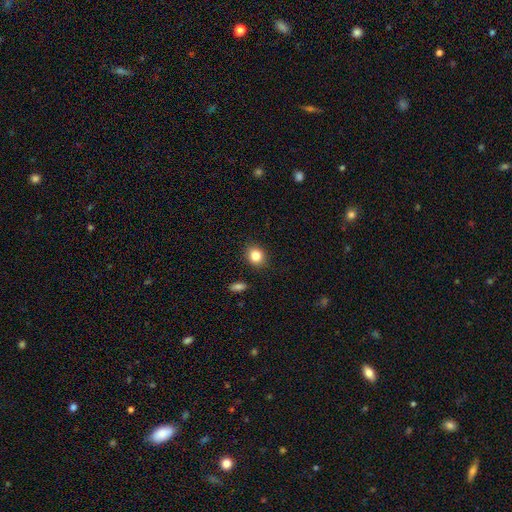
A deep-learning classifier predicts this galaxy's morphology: A smooth galaxy with no disk features (83%) that is round (67%). Merging: none (89%).